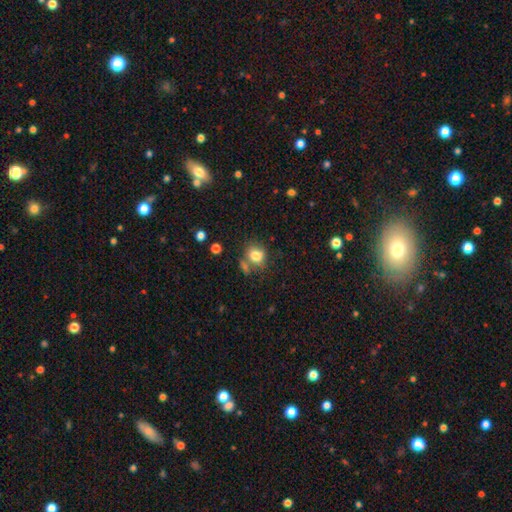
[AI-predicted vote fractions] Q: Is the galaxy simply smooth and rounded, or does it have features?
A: smooth — 80%.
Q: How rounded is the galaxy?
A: round — 64%.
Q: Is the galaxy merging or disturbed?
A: none — 57%.